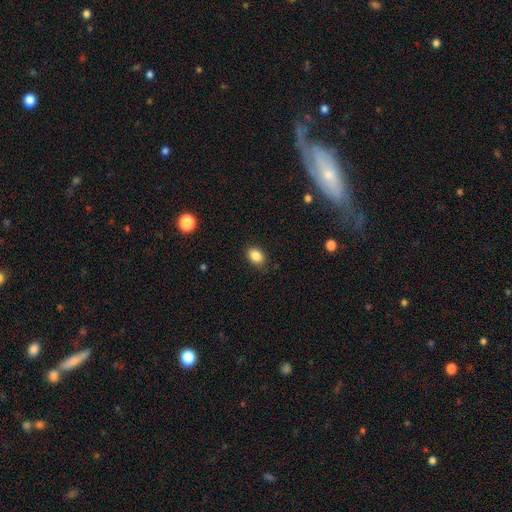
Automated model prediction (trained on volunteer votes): Overall: smooth (86%). How rounded: in between (83%). Merging: none (86%).